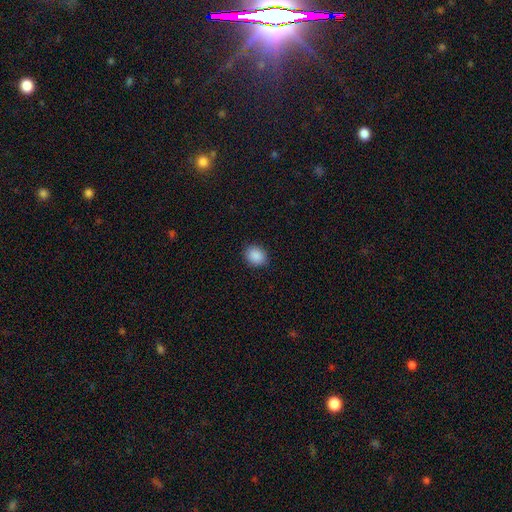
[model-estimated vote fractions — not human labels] Smooth or featured?
  - smooth: 90% *
  - star or artifact: 8%
  - featured or disk: 3%
How rounded?
  - round: 55% *
  - in between: 44%
  - cigar-shaped: 1%
Merging?
  - none: 88% *
  - minor disturbance: 9%
  - major disturbance: 2%
  - merger: 1%